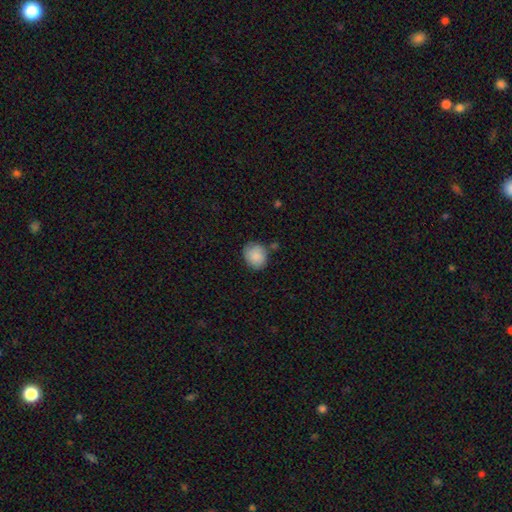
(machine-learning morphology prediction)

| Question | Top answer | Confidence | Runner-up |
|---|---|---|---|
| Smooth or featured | smooth | 88% | star or artifact (7%) |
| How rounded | round | 74% | in between (25%) |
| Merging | none | 73% | minor disturbance (17%) |